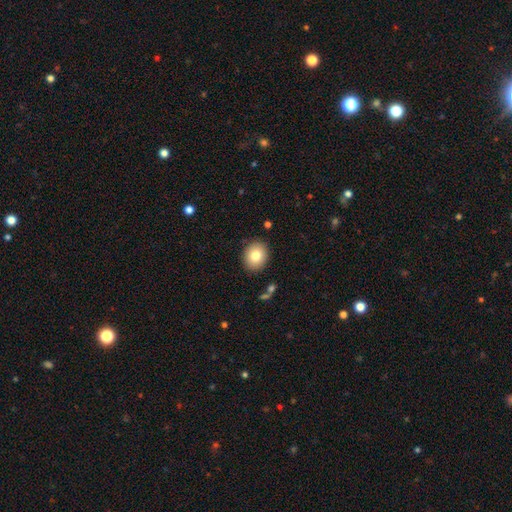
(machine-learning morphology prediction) A smooth galaxy with no disk features (80%) that is round (65%).

Vote fractions:
- Smooth or featured? smooth: 80% / featured or disk: 11% / star or artifact: 9%
- How rounded? round: 65% / in between: 34% / cigar-shaped: 1%
- Merging? none: 89% / minor disturbance: 8% / major disturbance: 2% / merger: 2%